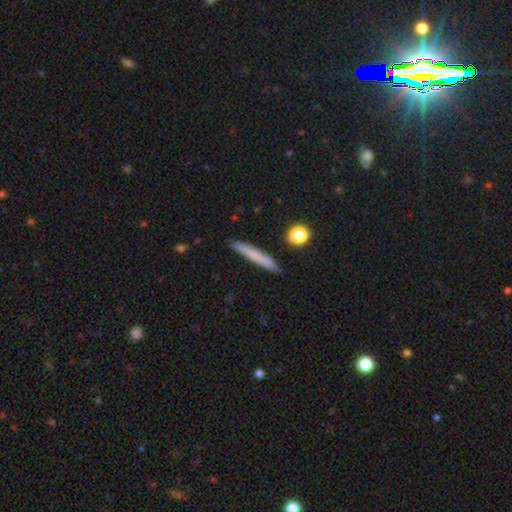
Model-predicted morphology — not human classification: The model was most divided on "smooth or featured": smooth: 70%, featured or disk: 23%, star or artifact: 7%. More confident: how rounded — cigar-shaped (95%); merging — none (89%).